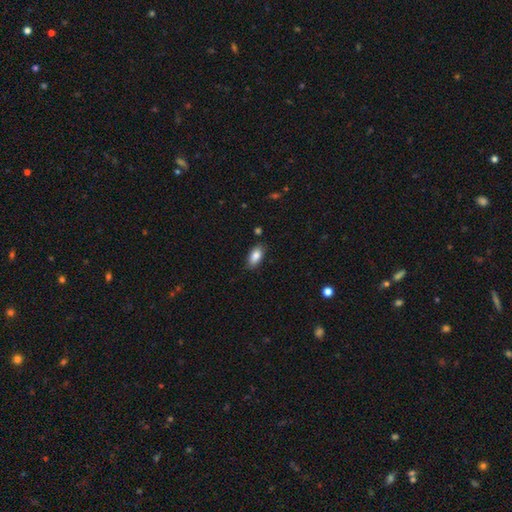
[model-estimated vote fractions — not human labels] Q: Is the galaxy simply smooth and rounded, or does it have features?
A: smooth — 86%.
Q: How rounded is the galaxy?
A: in between — 90%.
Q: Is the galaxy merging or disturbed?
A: none — 82%.